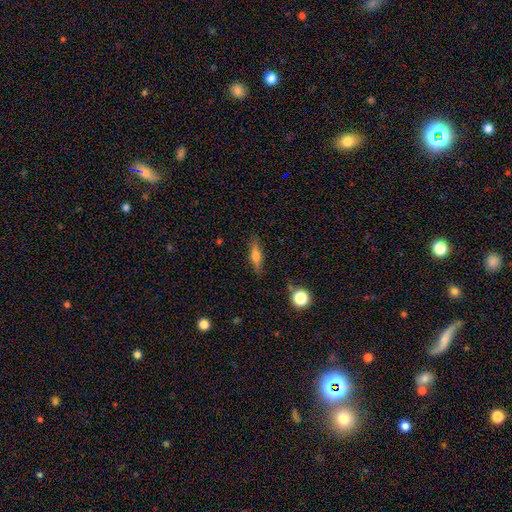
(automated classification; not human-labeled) Smooth or featured? Predicted: smooth (p=0.53). How rounded? Predicted: cigar-shaped (p=0.64). Merging? Predicted: none (p=0.83).